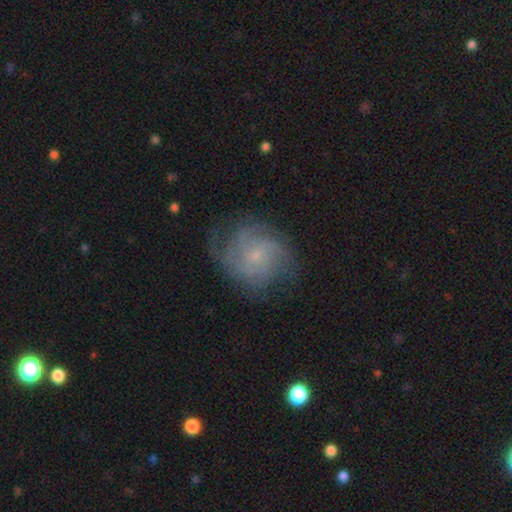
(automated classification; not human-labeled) The model was most divided on "spiral winding": tight: 49%, medium: 39%, loose: 12%. Remaining: edge-on disk — no (98%); spiral arms — yes (92%); bulge size — small (79%); bar — no (76%); smooth or featured — featured or disk (73%); merging — none (69%); spiral arm count — can't tell (34%).